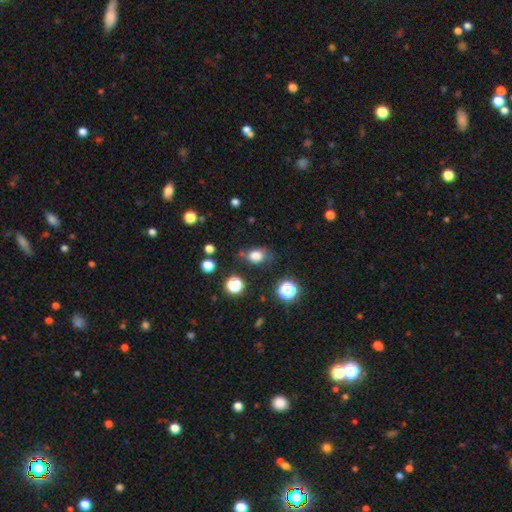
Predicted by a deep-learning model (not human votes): A smooth galaxy with no disk features (78%) that is in between round and cigar-shaped (57%).

Vote fractions:
- Smooth or featured? smooth: 78% / star or artifact: 15% / featured or disk: 7%
- How rounded? in between: 57% / round: 42% / cigar-shaped: 1%
- Merging? none: 67% / minor disturbance: 21% / major disturbance: 7% / merger: 6%